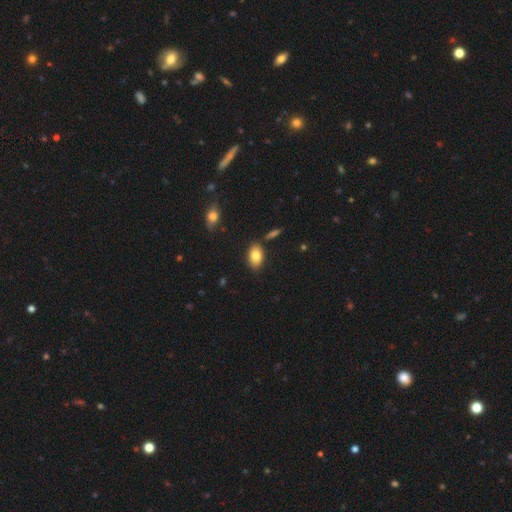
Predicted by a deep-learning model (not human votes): smooth 81%, featured or disk 11%, star or artifact 8%. Down the decision tree: how rounded — in between (90%); merging — none (83%).